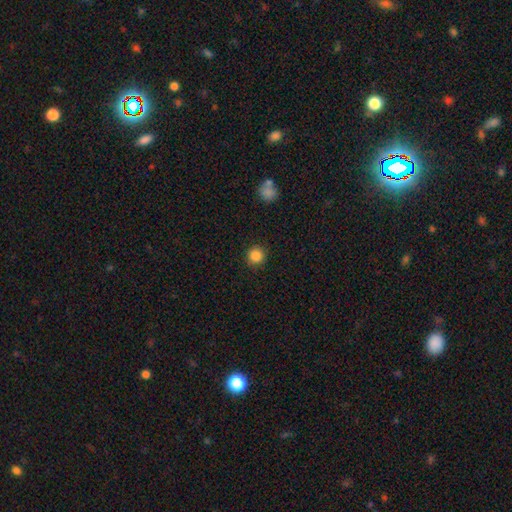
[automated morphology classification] Q: Smooth or featured?
A: smooth (86%); runner-up: star or artifact (10%)
Q: How rounded?
A: round (94%); runner-up: in between (5%)
Q: Merging?
A: none (91%); runner-up: minor disturbance (6%)